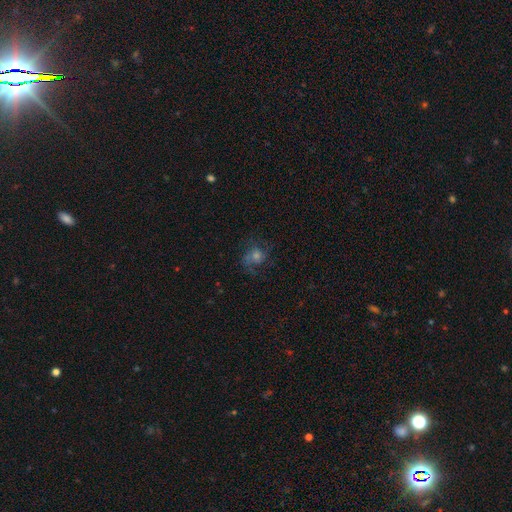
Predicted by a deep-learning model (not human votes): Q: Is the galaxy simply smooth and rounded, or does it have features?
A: featured or disk — 58%.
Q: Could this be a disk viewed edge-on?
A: no — 97%.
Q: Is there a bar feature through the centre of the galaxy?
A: no — 74%.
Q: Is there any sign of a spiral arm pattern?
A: yes — 89%.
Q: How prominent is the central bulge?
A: moderate — 52%.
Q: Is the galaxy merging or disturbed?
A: none — 66%.